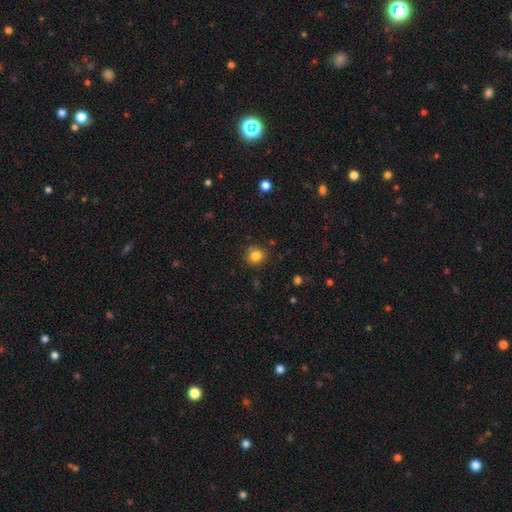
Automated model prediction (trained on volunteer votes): This is clearly a smooth galaxy (82%). How rounded: clearly round (86%). Merging: clearly none (81%).